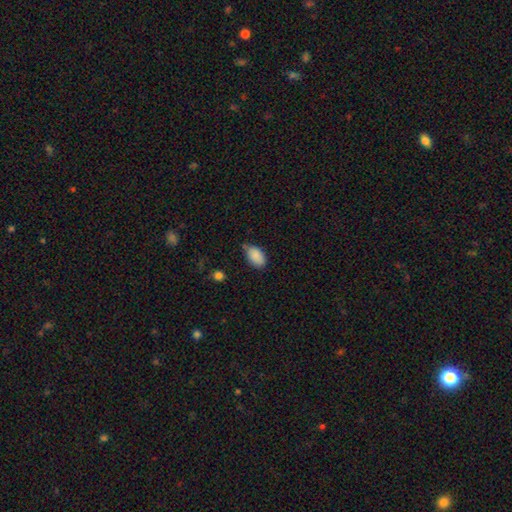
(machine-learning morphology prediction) Smooth or featured?
  - smooth: 88% *
  - star or artifact: 7%
  - featured or disk: 5%
How rounded?
  - in between: 91% *
  - round: 7%
  - cigar-shaped: 1%
Merging?
  - none: 62% *
  - minor disturbance: 29%
  - major disturbance: 5%
  - merger: 4%